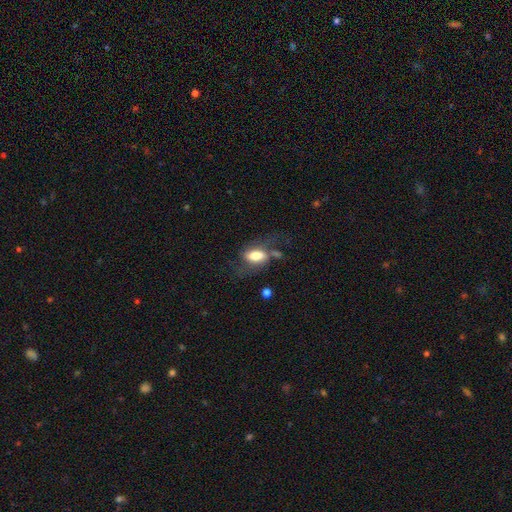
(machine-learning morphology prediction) smooth 65%, featured or disk 26%, star or artifact 9%. Down the decision tree: how rounded — in between (86%); merging — none (38%).